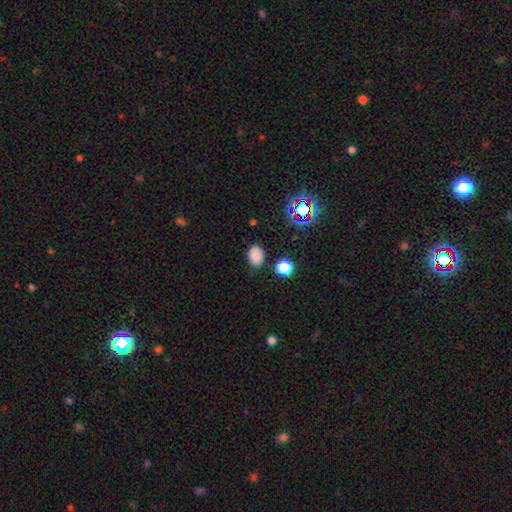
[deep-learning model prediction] Smooth or featured?
  - smooth: 82% *
  - star or artifact: 14%
  - featured or disk: 5%
How rounded?
  - in between: 73% *
  - round: 26%
  - cigar-shaped: 1%
Merging?
  - none: 81% *
  - minor disturbance: 12%
  - merger: 4%
  - major disturbance: 3%